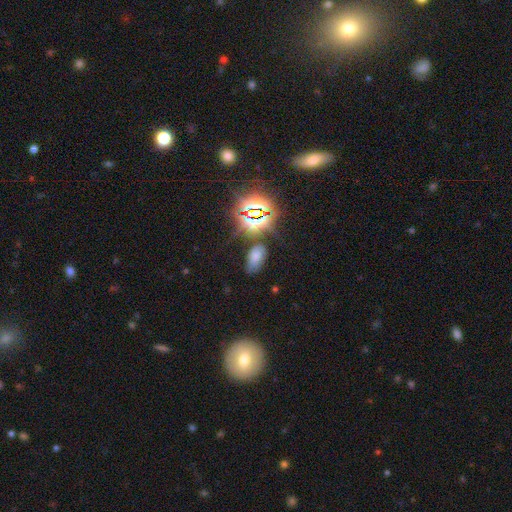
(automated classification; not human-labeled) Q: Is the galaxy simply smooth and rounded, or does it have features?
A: smooth — 56%.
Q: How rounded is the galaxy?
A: in between — 92%.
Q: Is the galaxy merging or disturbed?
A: none — 64%.